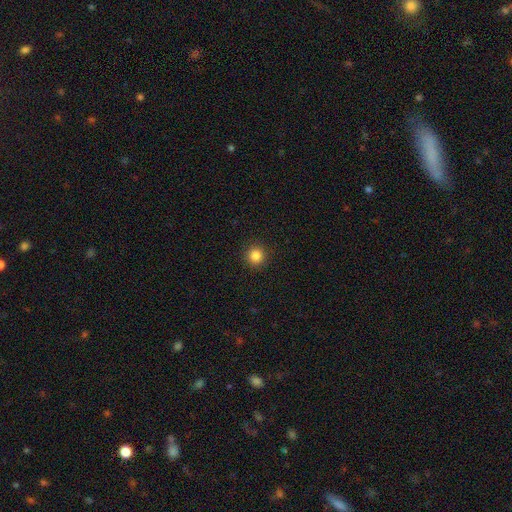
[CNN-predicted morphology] Smooth or featured? Predicted: smooth (p=0.85). How rounded? Predicted: round (p=0.95). Merging? Predicted: none (p=0.93).